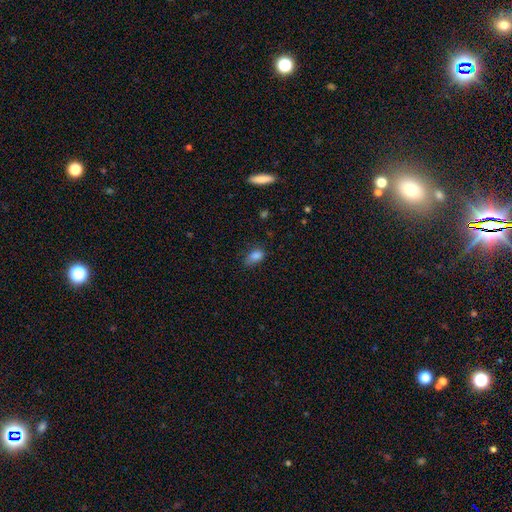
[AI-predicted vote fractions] Smooth or featured? smooth (84%)
How rounded? in between (84%)
Merging? none (55%)